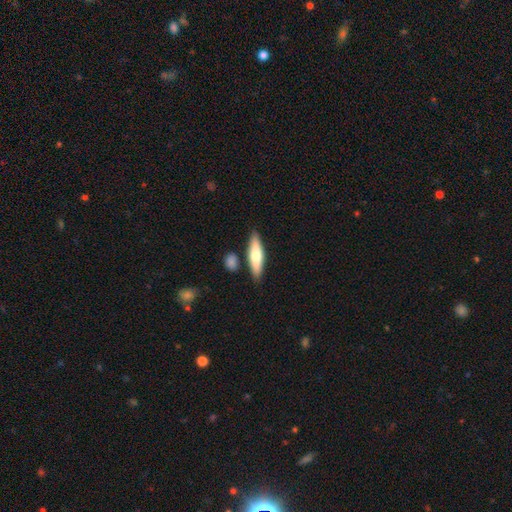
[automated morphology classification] Overall: smooth (60%; featured or disk 34%). How rounded: cigar-shaped (68%; in between 30%). Merging: none (81%).